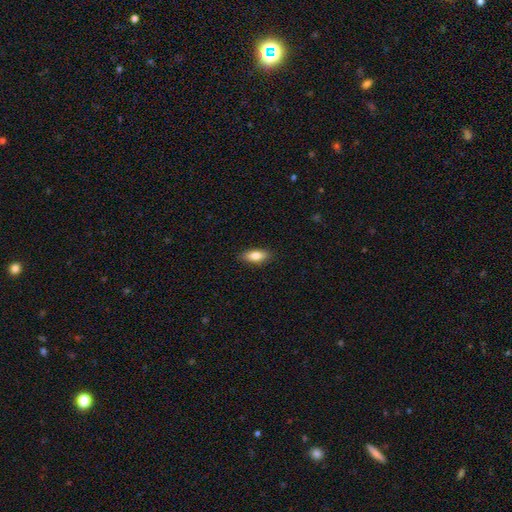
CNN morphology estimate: Smooth or featured? smooth (81%)
How rounded? in between (78%)
Merging? none (89%)